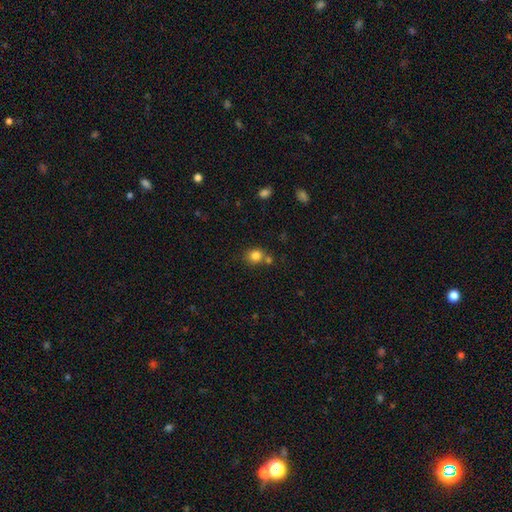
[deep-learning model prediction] Smooth or featured: smooth — 82% (star or artifact — 11%)
How rounded: round — 78% (in between — 21%)
Merging: none — 64% (merger — 21%)